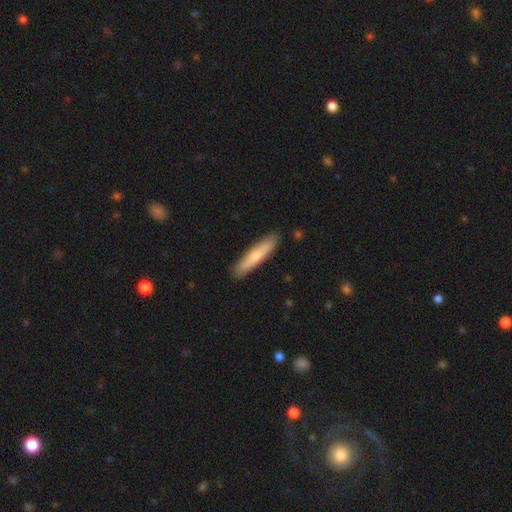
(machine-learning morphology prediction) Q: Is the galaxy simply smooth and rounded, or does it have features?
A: smooth — 64%.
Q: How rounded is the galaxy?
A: cigar-shaped — 89%.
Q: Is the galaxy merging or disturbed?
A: none — 88%.